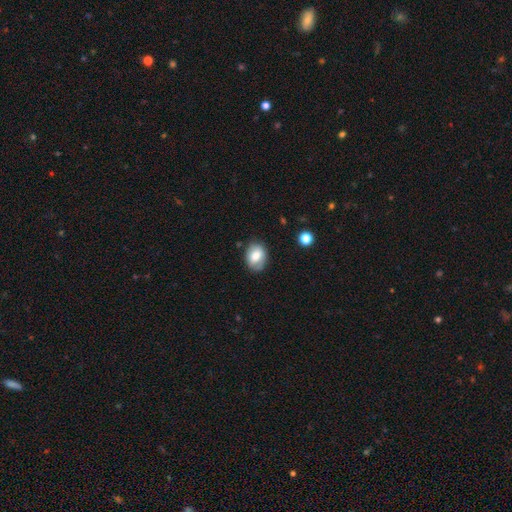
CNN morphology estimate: Q: Smooth or featured?
A: smooth (70%); runner-up: featured or disk (22%)
Q: How rounded?
A: in between (72%); runner-up: round (27%)
Q: Merging?
A: none (71%); runner-up: minor disturbance (22%)